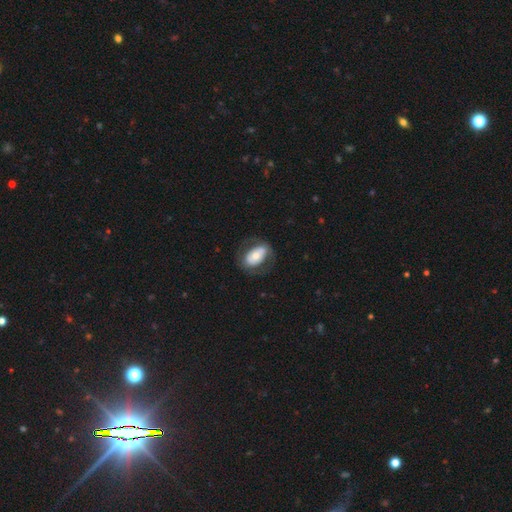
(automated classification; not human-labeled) Q: Smooth or featured?
A: smooth (54%); runner-up: featured or disk (40%)
Q: How rounded?
A: in between (88%); runner-up: round (10%)
Q: Merging?
A: none (68%); runner-up: minor disturbance (18%)